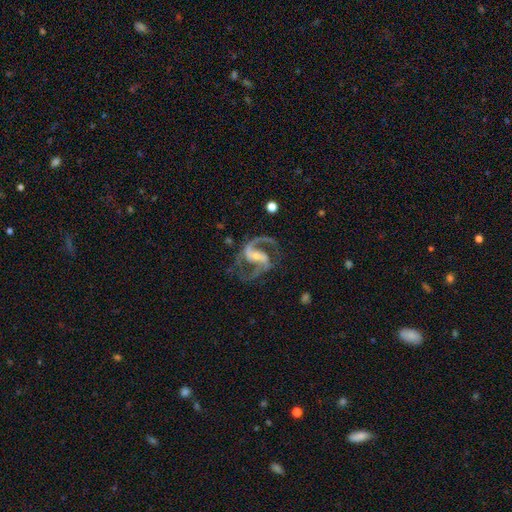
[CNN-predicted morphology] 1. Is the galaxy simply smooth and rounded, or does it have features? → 92% featured or disk, 5% star or artifact, 3% smooth.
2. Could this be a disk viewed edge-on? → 98% no, 2% yes.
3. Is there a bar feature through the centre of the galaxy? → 40% strong (tied), 40% weak (tied), 20% no.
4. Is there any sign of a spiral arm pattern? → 98% yes, 2% no.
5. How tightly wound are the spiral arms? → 61% medium, 27% loose, 11% tight.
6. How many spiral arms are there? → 91% 2, 2% 3, 2% 1, 2% can't tell, 1% 4, 1% more than 4.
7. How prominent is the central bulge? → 61% small, 30% moderate, 5% none, 2% large, 1% dominant.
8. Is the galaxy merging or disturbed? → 69% none, 15% minor disturbance, 13% major disturbance, 2% merger.